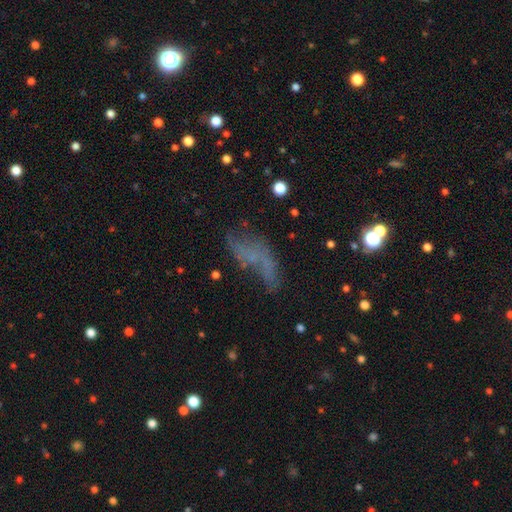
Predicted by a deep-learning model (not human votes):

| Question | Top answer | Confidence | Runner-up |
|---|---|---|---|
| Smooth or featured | featured or disk | 40% | smooth (37%) |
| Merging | major disturbance | 34% | tied: none (34%) |